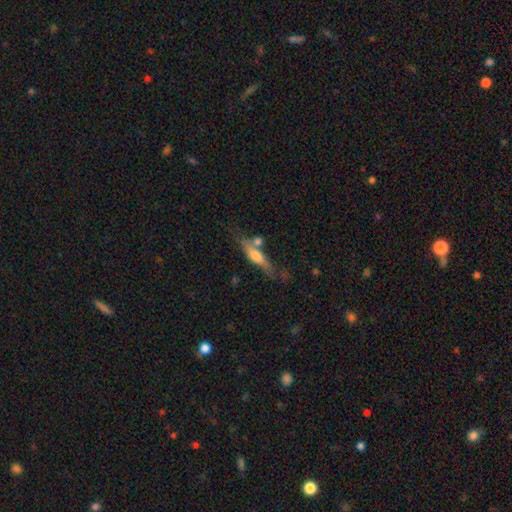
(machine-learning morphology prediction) Smooth or featured: featured or disk — 50% (smooth — 44%)
Edge-on disk: yes — 85% (no — 15%)
Merging: none — 54% (merger — 20%)